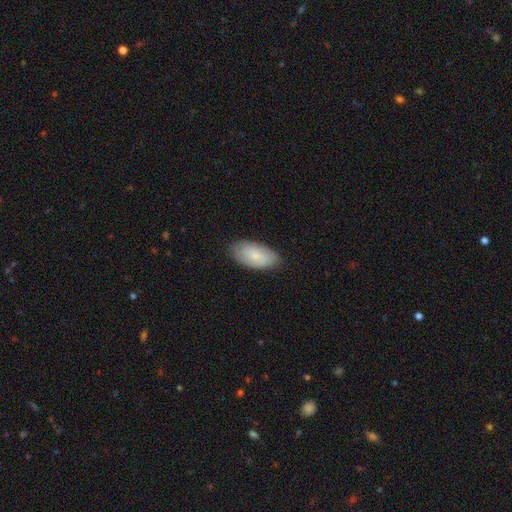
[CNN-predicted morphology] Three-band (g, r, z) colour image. It shows a smooth galaxy with no disk features (59%) that is in between round and cigar-shaped (93%). Merging: none (81%).